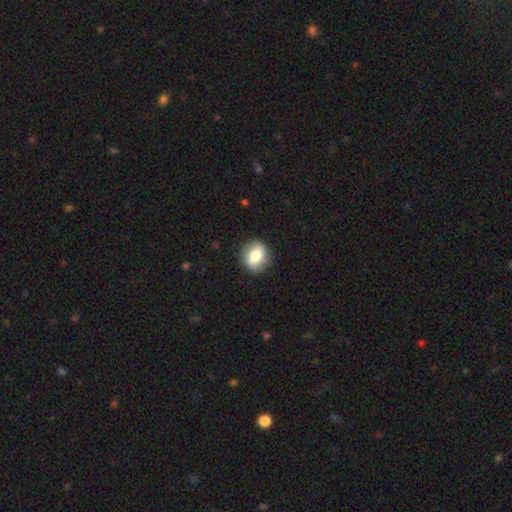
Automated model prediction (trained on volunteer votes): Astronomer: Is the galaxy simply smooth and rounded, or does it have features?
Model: smooth — 73%.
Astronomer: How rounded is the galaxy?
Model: round — 66%.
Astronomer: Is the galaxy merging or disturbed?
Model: none — 85%.